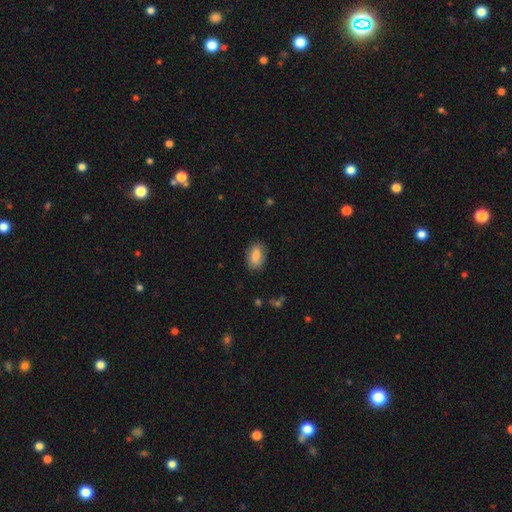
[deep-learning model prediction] Smooth or featured? Predicted: smooth (p=0.80). How rounded? Predicted: in between (p=0.88). Merging? Predicted: none (p=0.82).